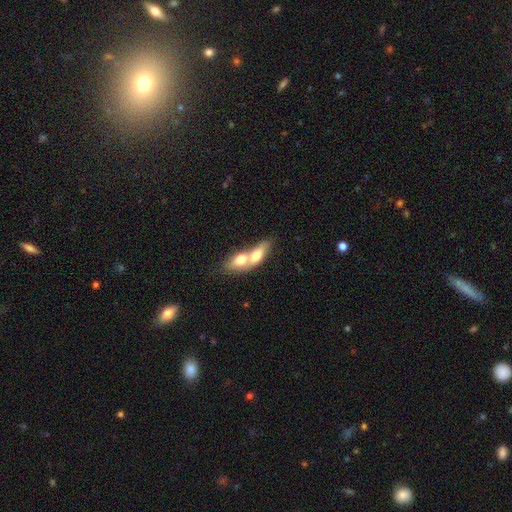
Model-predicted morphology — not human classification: A smooth galaxy with no disk features (63%) that is in between round and cigar-shaped (70%). Merging: merger (79%).